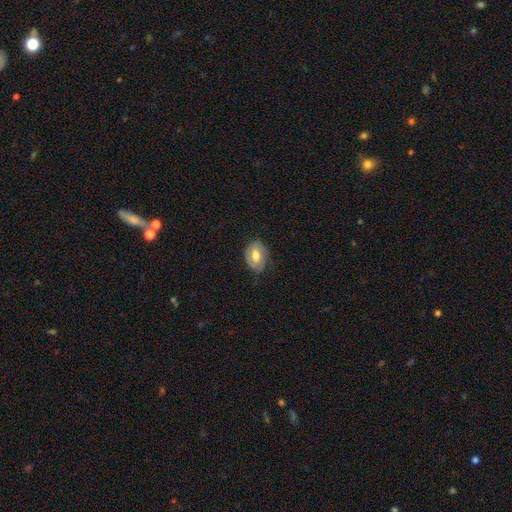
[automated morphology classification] A smooth galaxy with no disk features (60%) that is in between round and cigar-shaped (82%). Merging: none (68%).